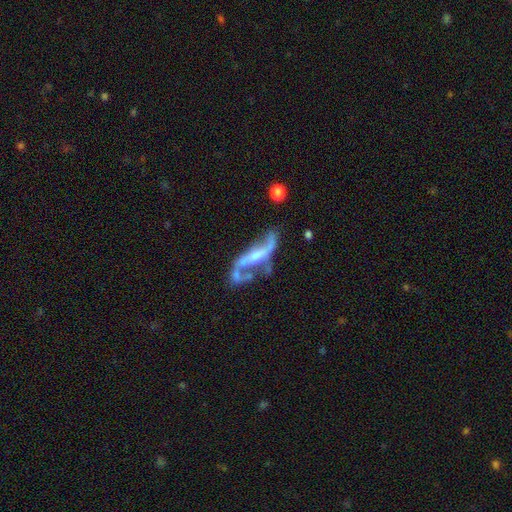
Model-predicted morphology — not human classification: A featured or disk galaxy (82%) with no bar (35%), 2 (84%) loose (72%) spiral arms (84%) and a small central bulge (41%).

Vote fractions:
- Smooth or featured? featured or disk: 82% / smooth: 11% / star or artifact: 7%
- Edge-on disk? no: 84% / yes: 16%
- Bar? no: 35% / weak: 33% / strong: 32%
- Spiral arms? yes: 84% / no: 16%
- Spiral winding? loose: 72% / medium: 21% / tight: 7%
- Spiral arm count? 2: 84% / can't tell: 7% / 1: 5% / 3: 2% / 4: 1% / more than 4: 1%
- Bulge size? small: 41% / moderate: 40% / none: 12% / large: 5% / dominant: 2%
- Merging? none: 41% / major disturbance: 22% / minor disturbance: 19% / merger: 18%